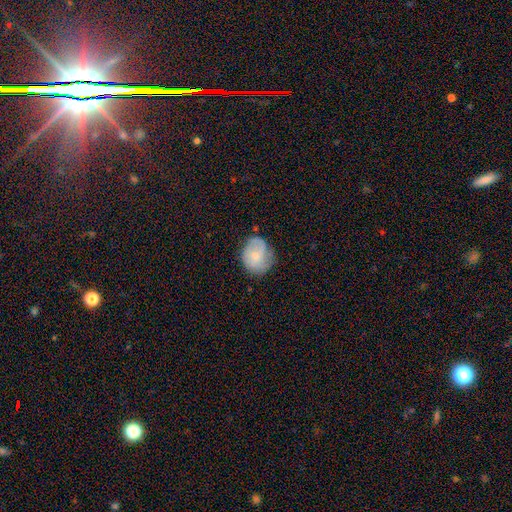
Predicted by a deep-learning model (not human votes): Smooth or featured? Predicted: smooth (p=0.53). How rounded? Predicted: round (p=0.59). Merging? Predicted: none (p=0.61).